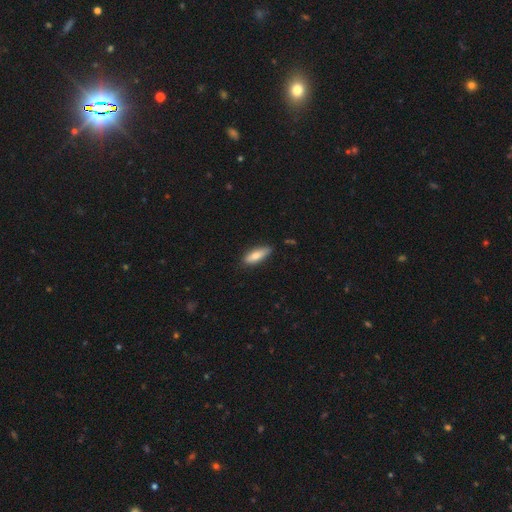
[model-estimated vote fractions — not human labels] smooth-or-featured: smooth: 79% | featured or disk: 15% | star or artifact: 6%
  how-rounded: in between: 58% | cigar-shaped: 40% | round: 2%
  merging: none: 80% | minor disturbance: 16% | major disturbance: 2% | merger: 1%